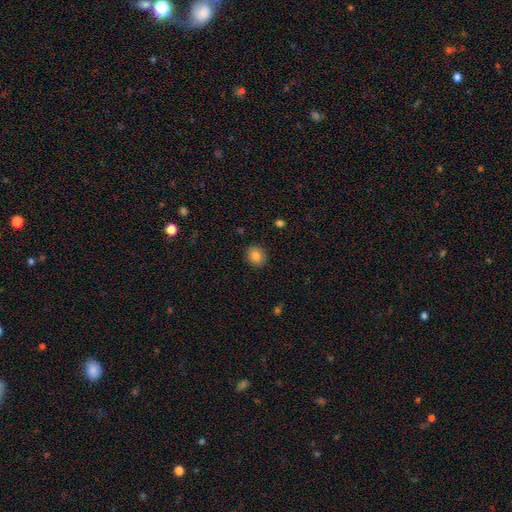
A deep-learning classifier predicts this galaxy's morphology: smooth_or_featured: smooth (p=0.85) [alt: star or artifact p=0.09]
how_rounded: round (p=0.71) [alt: in between p=0.28]
merging: none (p=0.89) [alt: minor disturbance p=0.08]